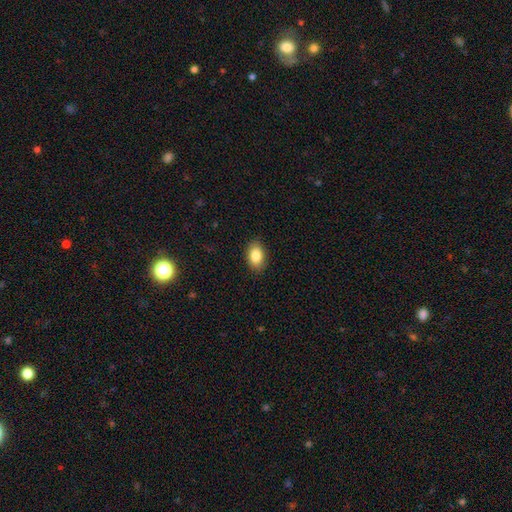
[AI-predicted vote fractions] A smooth galaxy with no disk features (85%) that is in between round and cigar-shaped (89%). Merging: none (88%).